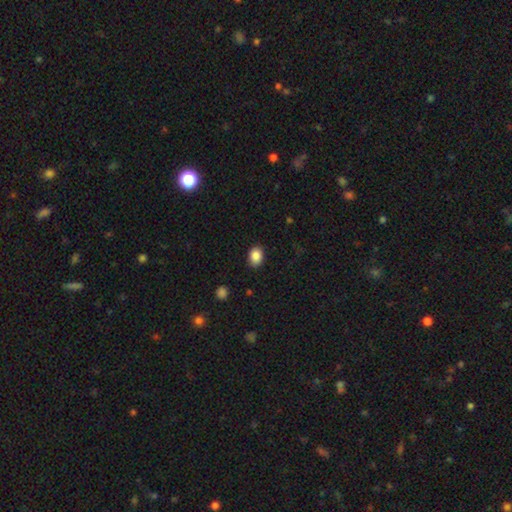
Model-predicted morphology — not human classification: Smooth or featured: smooth — 87% (star or artifact — 8%)
How rounded: in between — 65% (round — 34%)
Merging: none — 86% (minor disturbance — 11%)